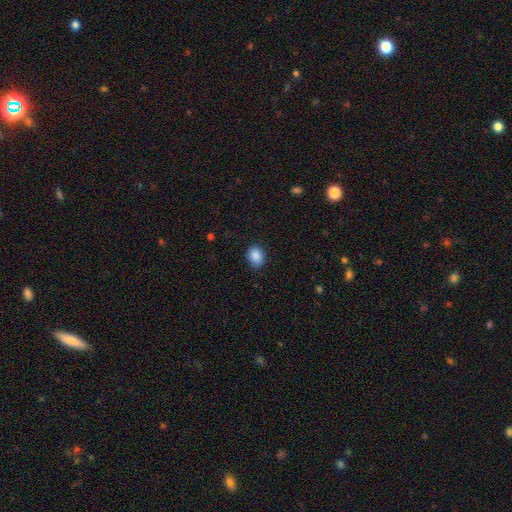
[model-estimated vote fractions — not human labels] A smooth galaxy with no disk features (88%) that is in between round and cigar-shaped (59%).

Vote fractions:
- Smooth or featured? smooth: 88% / star or artifact: 8% / featured or disk: 3%
- How rounded? in between: 59% / round: 40% / cigar-shaped: 1%
- Merging? none: 86% / minor disturbance: 10% / major disturbance: 2% / merger: 1%